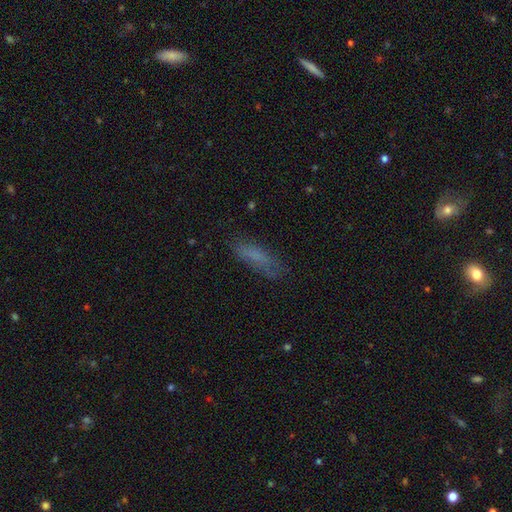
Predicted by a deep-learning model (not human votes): Overall: smooth (71%). How rounded: cigar-shaped (59%; in between 39%). Merging: none (66%).